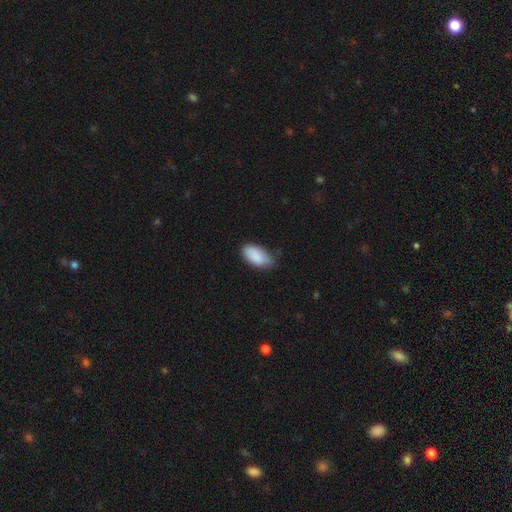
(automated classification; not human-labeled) Smooth or featured: smooth — 88% (star or artifact — 6%)
How rounded: in between — 93% (cigar-shaped — 5%)
Merging: none — 59% (minor disturbance — 34%)